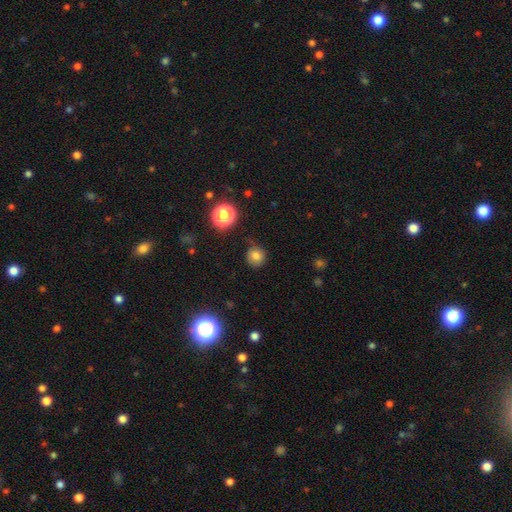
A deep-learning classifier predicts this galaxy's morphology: Overall: smooth (76%). How rounded: round (84%). Merging: none (71%).